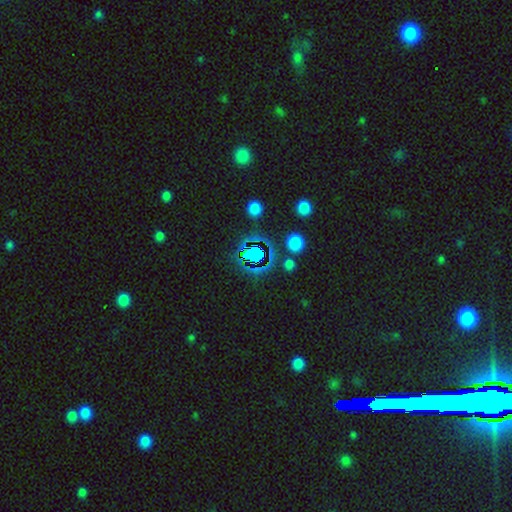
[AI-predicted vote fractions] Smooth or featured?
  - star or artifact: 74% *
  - smooth: 17%
  - featured or disk: 9%